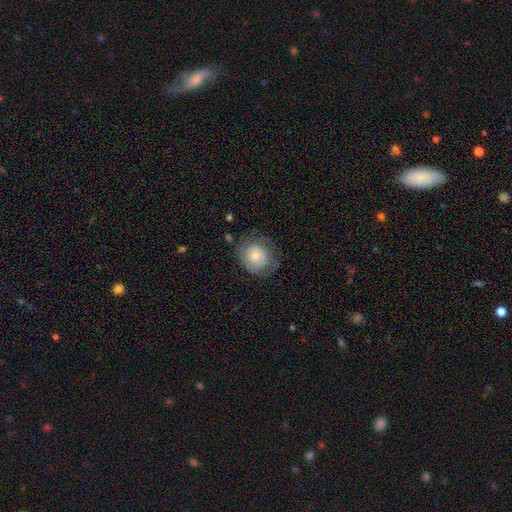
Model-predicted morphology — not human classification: smooth 58%, featured or disk 35%, star or artifact 7%. Down the decision tree: how rounded — round (74%); merging — none (61%).